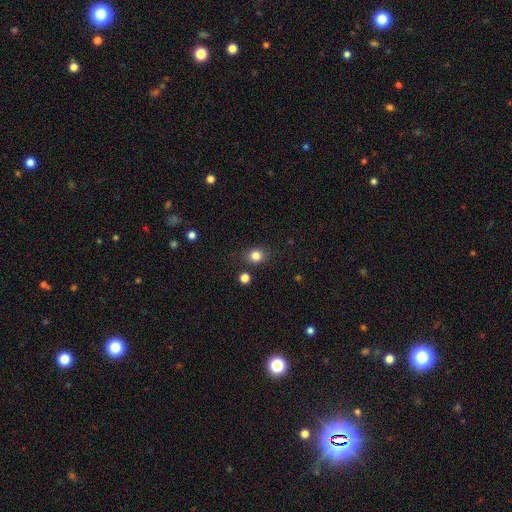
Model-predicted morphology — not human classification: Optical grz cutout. It shows a smooth galaxy with no disk features (83%) that is round (78%). Merging: none (81%).